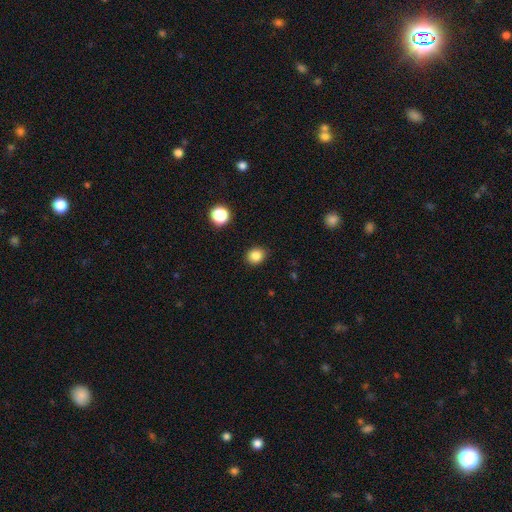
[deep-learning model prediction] Q: Smooth or featured?
A: smooth (84%); runner-up: star or artifact (11%)
Q: How rounded?
A: round (67%); runner-up: in between (32%)
Q: Merging?
A: none (89%); runner-up: minor disturbance (8%)